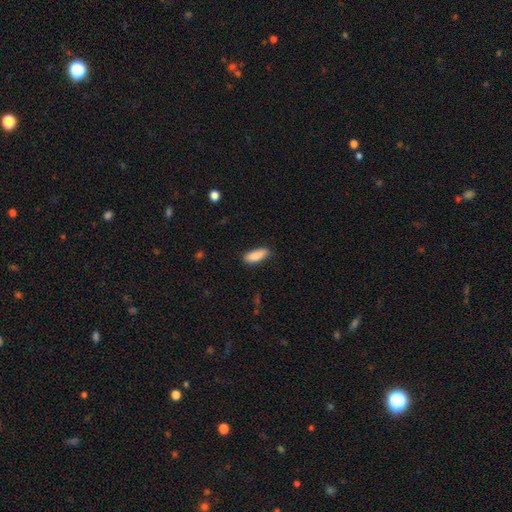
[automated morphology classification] smooth-or-featured: smooth: 88% | star or artifact: 6% | featured or disk: 5%
  how-rounded: in between: 69% | cigar-shaped: 29% | round: 2%
  merging: none: 78% | minor disturbance: 18% | major disturbance: 3% | merger: 1%